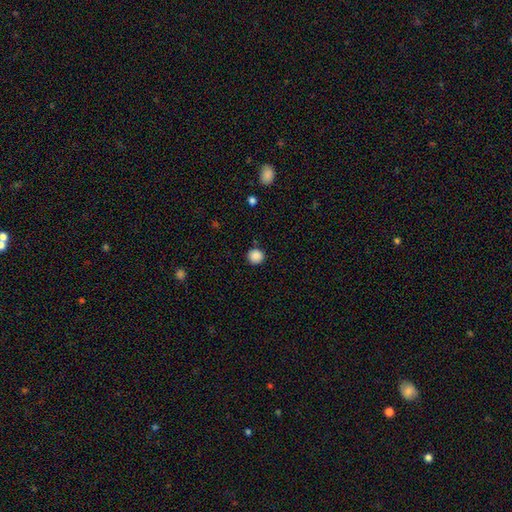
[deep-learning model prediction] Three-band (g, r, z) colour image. It shows a smooth galaxy with no disk features (88%) that is round (94%). Merging: none (88%).